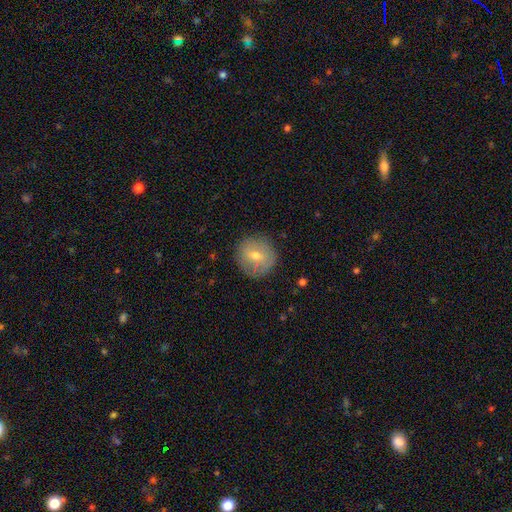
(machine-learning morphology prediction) smooth_or_featured: smooth (p=0.61) [alt: featured or disk p=0.30]
how_rounded: round (p=0.91) [alt: in between p=0.08]
merging: none (p=0.85) [alt: minor disturbance p=0.11]